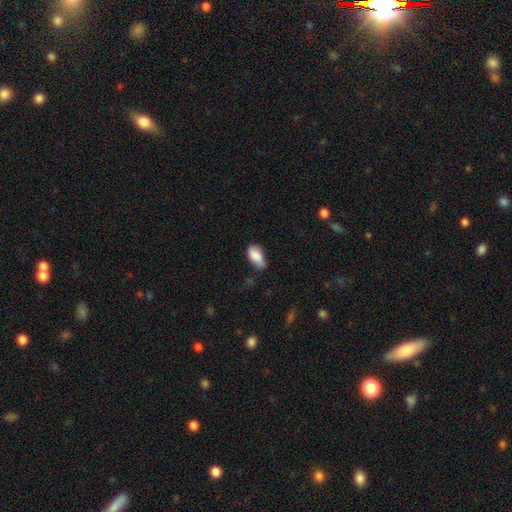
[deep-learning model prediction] The model was most divided on "merging": none: 59%, minor disturbance: 33%, major disturbance: 6%, merger: 3%. More confident: how rounded — in between (93%); smooth or featured — smooth (87%).